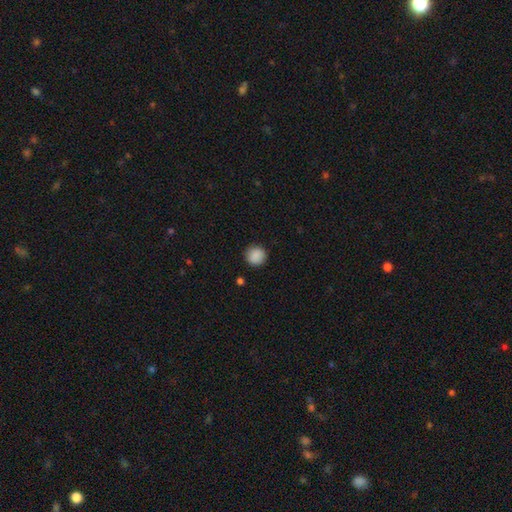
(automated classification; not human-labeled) Smooth or featured?
  - smooth: 89% *
  - star or artifact: 9%
  - featured or disk: 3%
How rounded?
  - round: 93% *
  - in between: 6%
  - cigar-shaped: 1%
Merging?
  - none: 90% *
  - minor disturbance: 7%
  - major disturbance: 2%
  - merger: 1%